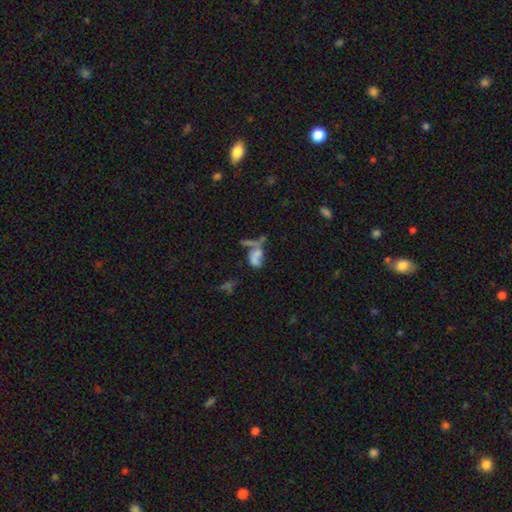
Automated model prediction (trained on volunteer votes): Smooth or featured?
  - smooth: 55% *
  - featured or disk: 29%
  - star or artifact: 17%
How rounded?
  - in between: 82% *
  - round: 11%
  - cigar-shaped: 8%
Merging?
  - merger: 47% *
  - none: 21%
  - major disturbance: 20%
  - minor disturbance: 11%